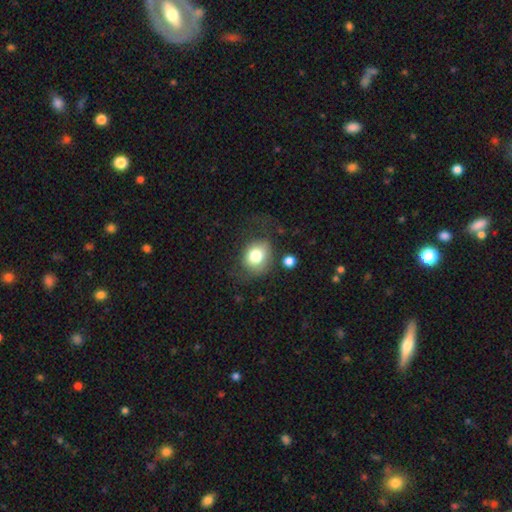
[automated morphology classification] Smooth or featured: smooth — 78% (featured or disk — 13%)
How rounded: round — 70% (in between — 29%)
Merging: none — 60% (minor disturbance — 21%)